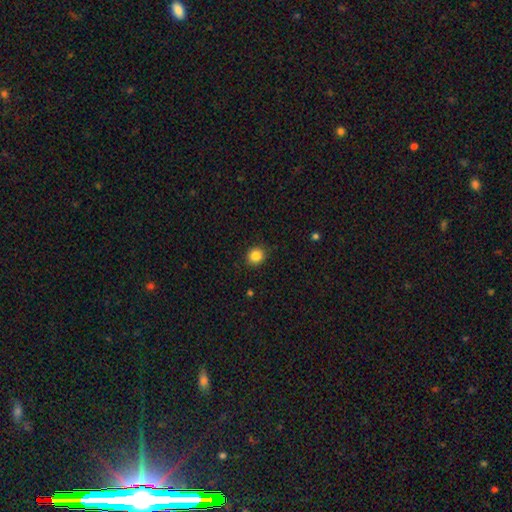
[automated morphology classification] Overall: smooth (86%). How rounded: round (77%). Merging: none (87%).